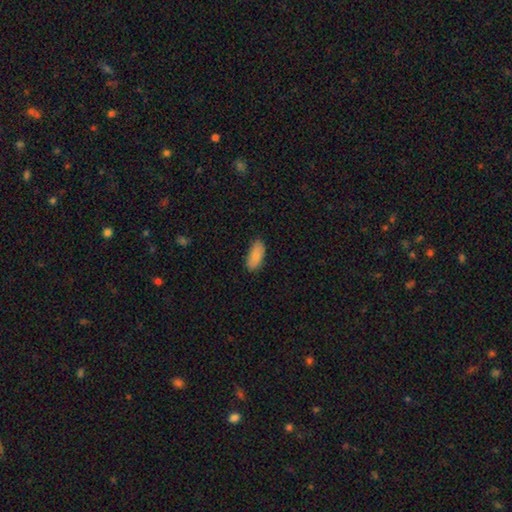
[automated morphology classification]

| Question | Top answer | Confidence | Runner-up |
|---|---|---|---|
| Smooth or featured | smooth | 85% | featured or disk (9%) |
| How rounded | in between | 87% | cigar-shaped (10%) |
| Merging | none | 81% | minor disturbance (15%) |